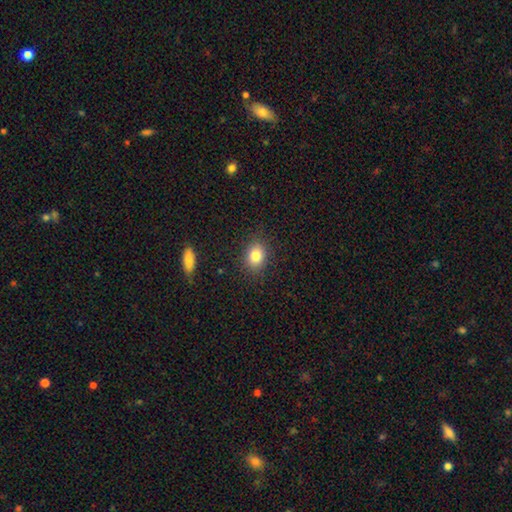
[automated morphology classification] The model was most divided on "how rounded": in between: 53%, round: 46%, cigar-shaped: 1%. More confident: merging — none (85%); smooth or featured — smooth (81%).